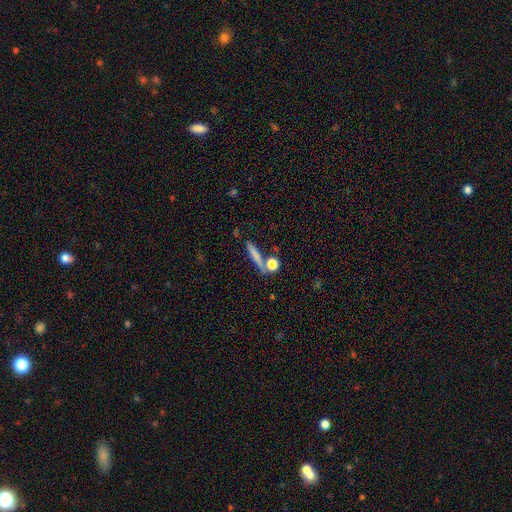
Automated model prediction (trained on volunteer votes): Morphology: type=smooth (70%); roundness=cigar-shaped (75%); merging=none (70%).